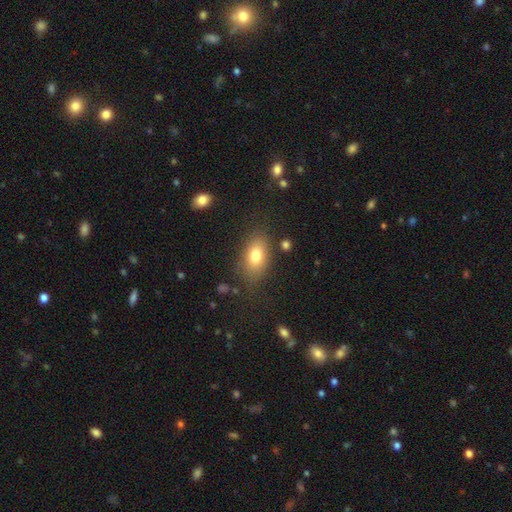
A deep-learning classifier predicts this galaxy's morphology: This appears to be a smooth galaxy with no disk features (78%) that is in between round and cigar-shaped (87%). Merging: none (77%).